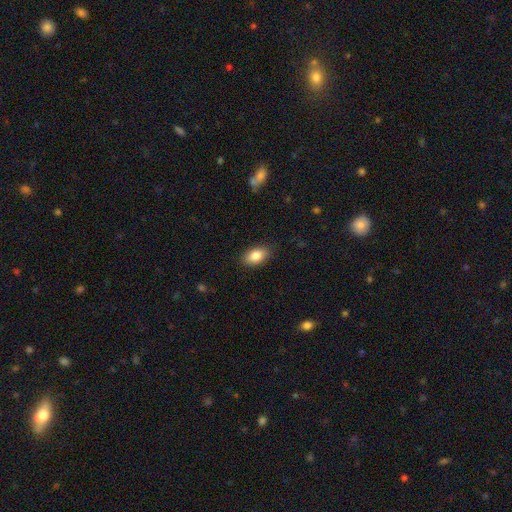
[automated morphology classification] smooth-or-featured: smooth: 84% | featured or disk: 8% | star or artifact: 7%
  how-rounded: in between: 90% | round: 8% | cigar-shaped: 2%
  merging: none: 87% | minor disturbance: 10% | major disturbance: 2% | merger: 1%